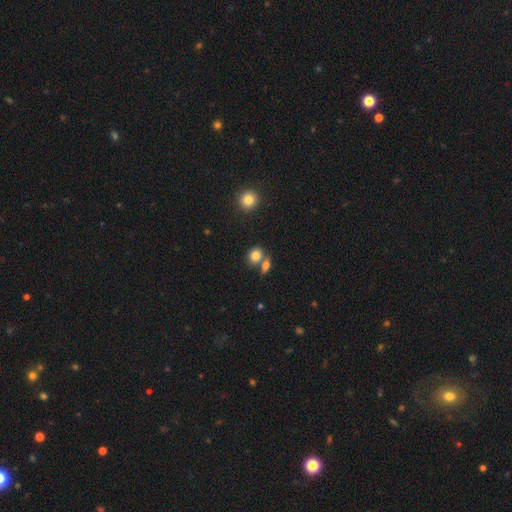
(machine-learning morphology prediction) Smooth or featured?
  - smooth: 81% *
  - star or artifact: 10%
  - featured or disk: 9%
How rounded?
  - round: 54% *
  - in between: 44%
  - cigar-shaped: 2%
Merging?
  - none: 53% *
  - merger: 34%
  - minor disturbance: 10%
  - major disturbance: 3%